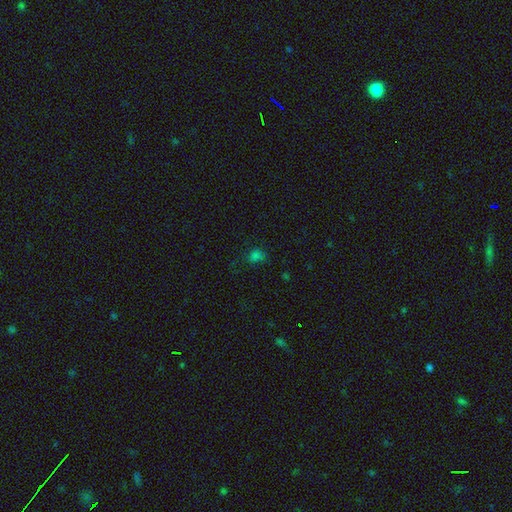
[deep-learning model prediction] Smooth or featured?
  - smooth: 69% *
  - star or artifact: 26%
  - featured or disk: 5%
How rounded?
  - round: 62% *
  - in between: 36%
  - cigar-shaped: 1%
Merging?
  - none: 66% *
  - minor disturbance: 22%
  - major disturbance: 8%
  - merger: 4%